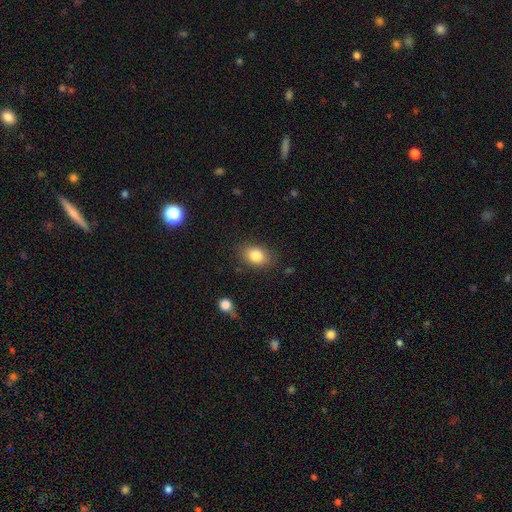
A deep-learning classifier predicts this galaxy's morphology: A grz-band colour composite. It shows a smooth galaxy with no disk features (83%) that is in between round and cigar-shaped (77%). Merging: none (83%).